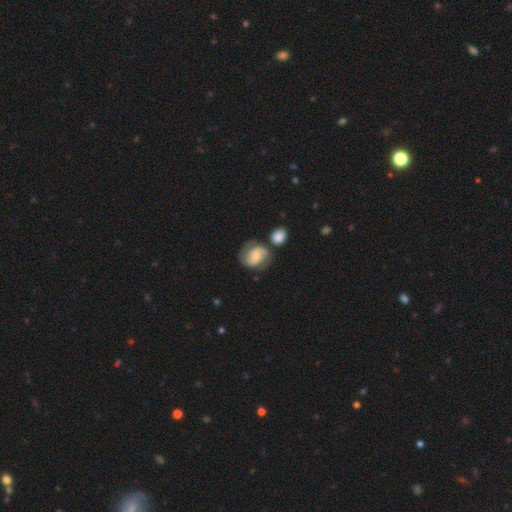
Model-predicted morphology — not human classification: The model was most divided on "bulge size": small: 47%, moderate: 40%, none: 6%, large: 5%, dominant: 2%. Remaining: edge-on disk — no (98%); spiral arms — yes (92%); spiral arm count — 2 (85%); smooth or featured — featured or disk (66%); merging — none (59%); bar — no (52%); spiral winding — medium (48%).